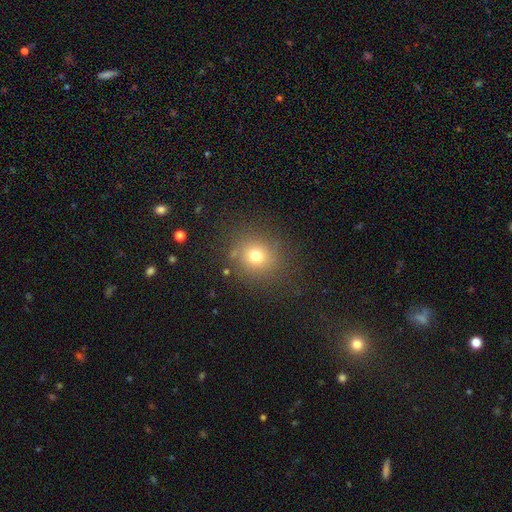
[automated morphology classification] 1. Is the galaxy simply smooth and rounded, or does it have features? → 73% smooth, 17% star or artifact, 10% featured or disk.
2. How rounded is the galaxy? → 82% round, 17% in between, 1% cigar-shaped.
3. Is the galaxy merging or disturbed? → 83% none, 10% minor disturbance, 5% major disturbance, 2% merger.